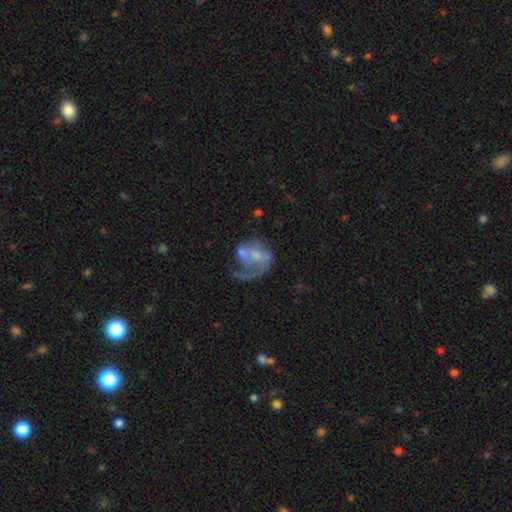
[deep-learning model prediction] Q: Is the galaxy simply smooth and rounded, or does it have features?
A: featured or disk — 64%.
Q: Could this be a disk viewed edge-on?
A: no — 98%.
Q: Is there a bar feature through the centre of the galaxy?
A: no — 68%.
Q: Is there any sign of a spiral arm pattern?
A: yes — 55%.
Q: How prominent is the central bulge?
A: none — 37%.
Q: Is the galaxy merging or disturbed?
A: major disturbance — 42%.